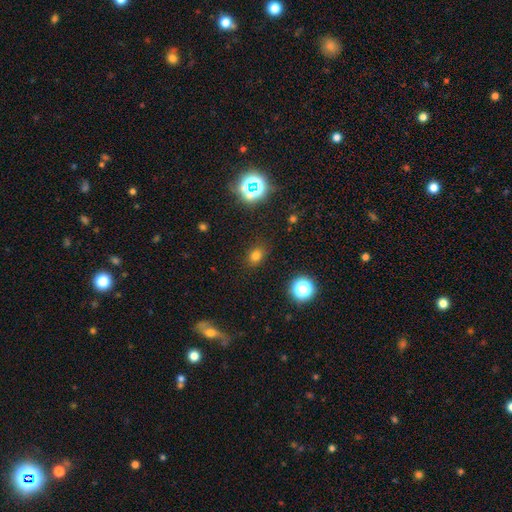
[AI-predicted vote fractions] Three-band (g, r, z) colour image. It shows a smooth galaxy with no disk features (71%) that is round (51%). Merging: none (84%).